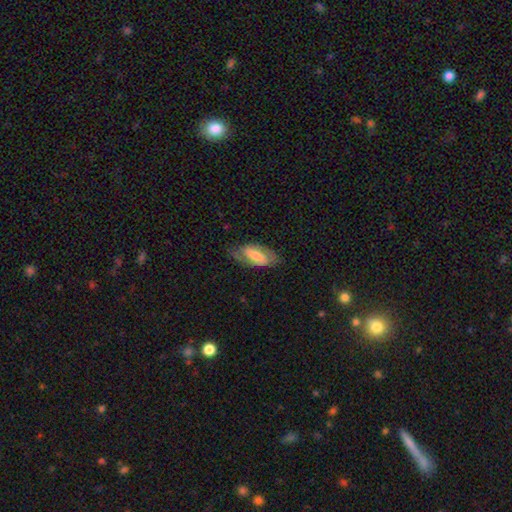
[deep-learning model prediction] smooth-or-featured: featured or disk: 50% | smooth: 44% | star or artifact: 6%
  merging: none: 69% | minor disturbance: 22% | major disturbance: 8% | merger: 1%